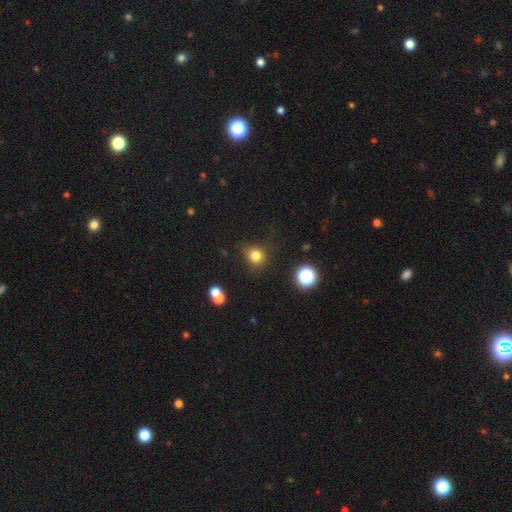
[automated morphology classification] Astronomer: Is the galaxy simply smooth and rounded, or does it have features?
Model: smooth — 79%.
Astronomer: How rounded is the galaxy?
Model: round — 86%.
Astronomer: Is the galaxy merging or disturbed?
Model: none — 76%.